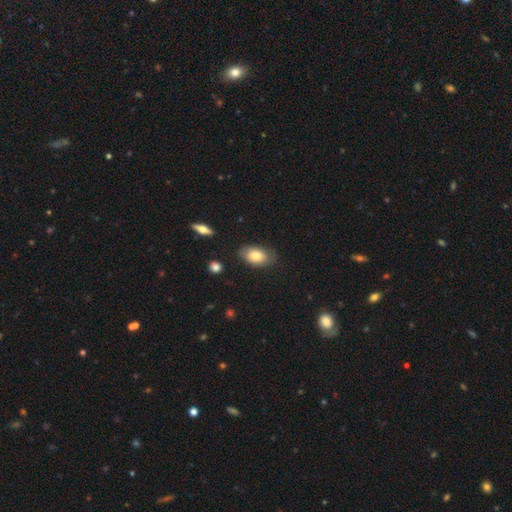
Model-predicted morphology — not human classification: type=smooth (80%); roundness=in between (90%); merging=none (79%).